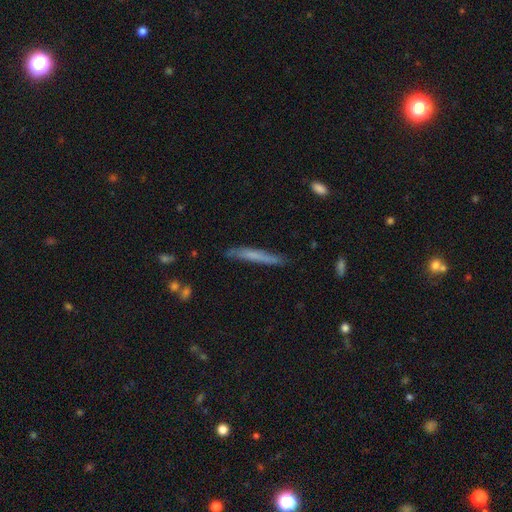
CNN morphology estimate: Smooth or featured? Predicted: smooth (p=0.60). How rounded? Predicted: cigar-shaped (p=0.96). Merging? Predicted: none (p=0.82).